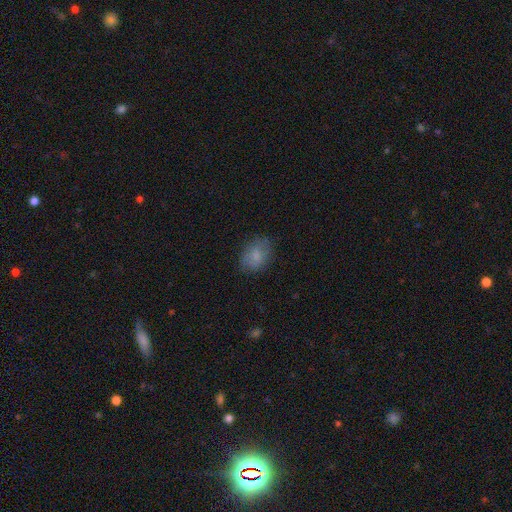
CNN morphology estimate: smooth 81%, featured or disk 11%, star or artifact 8%. Down the decision tree: how rounded — in between (70%); merging — none (76%).